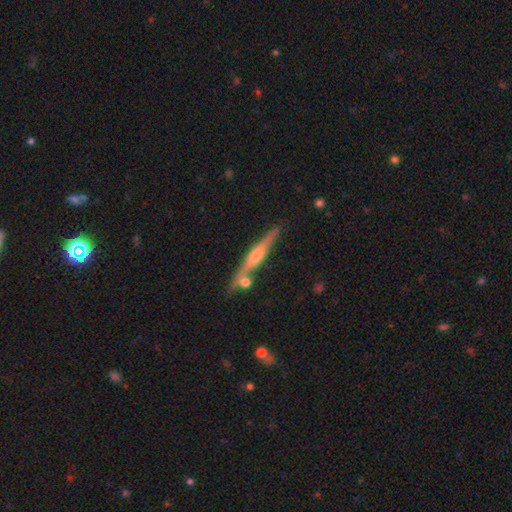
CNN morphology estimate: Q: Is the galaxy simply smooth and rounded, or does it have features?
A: featured or disk — 72%.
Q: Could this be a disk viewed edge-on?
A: yes — 97%.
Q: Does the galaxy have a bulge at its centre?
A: rounded — 77%.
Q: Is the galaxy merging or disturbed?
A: none — 80%.